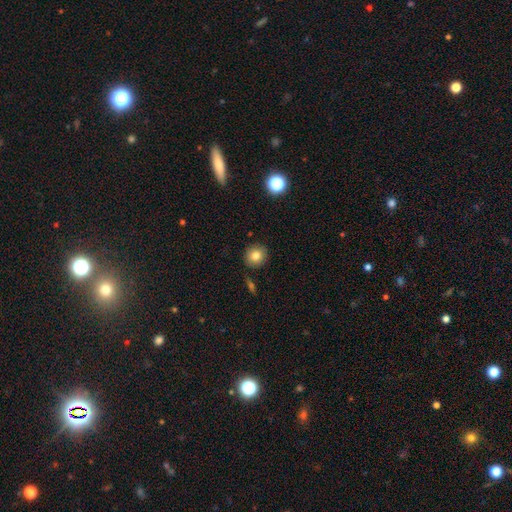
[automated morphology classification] smooth 82%, star or artifact 10%, featured or disk 8%. Down the decision tree: how rounded — round (88%); merging — none (88%).